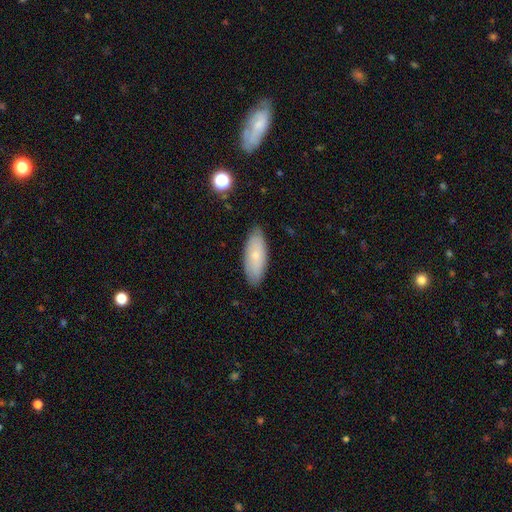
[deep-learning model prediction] Morphology: type=smooth (68%); roundness=in between (75%); merging=none (84%).